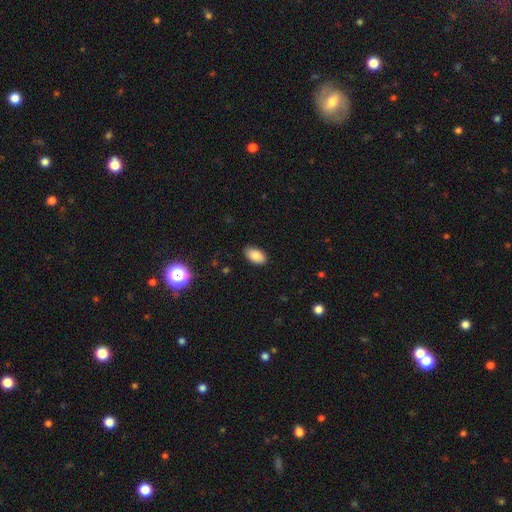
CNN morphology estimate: Smooth or featured? smooth (86%)
How rounded? in between (94%)
Merging? none (87%)